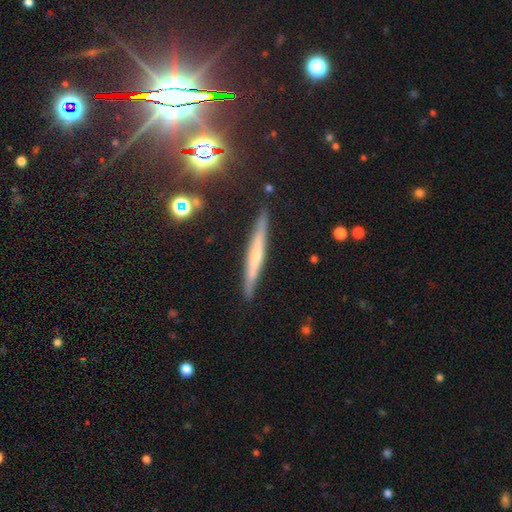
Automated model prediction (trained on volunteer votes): Smooth or featured?
  - featured or disk: 54% *
  - smooth: 37%
  - star or artifact: 9%
Edge-on disk?
  - yes: 96% *
  - no: 4%
Edge-on bulge?
  - none: 50% *
  - rounded: 40%
  - boxy: 10%
Merging?
  - none: 89% *
  - minor disturbance: 8%
  - major disturbance: 2%
  - merger: 1%